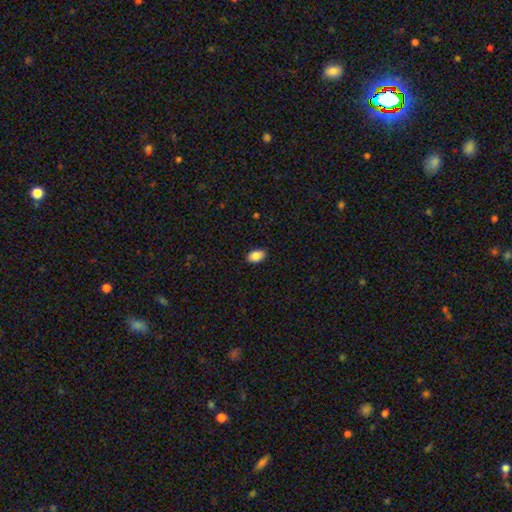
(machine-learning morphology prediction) smooth_or_featured: smooth (p=0.87) [alt: star or artifact p=0.08]
how_rounded: in between (p=0.89) [alt: round p=0.09]
merging: none (p=0.88) [alt: minor disturbance p=0.09]